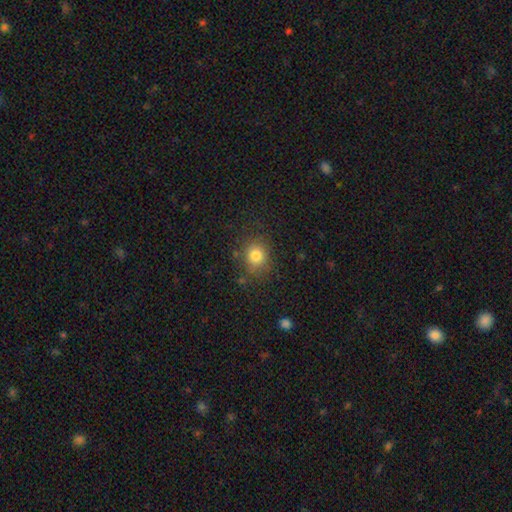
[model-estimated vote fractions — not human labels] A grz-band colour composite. It shows a smooth galaxy with no disk features (81%) that is round (74%). Merging: none (81%).